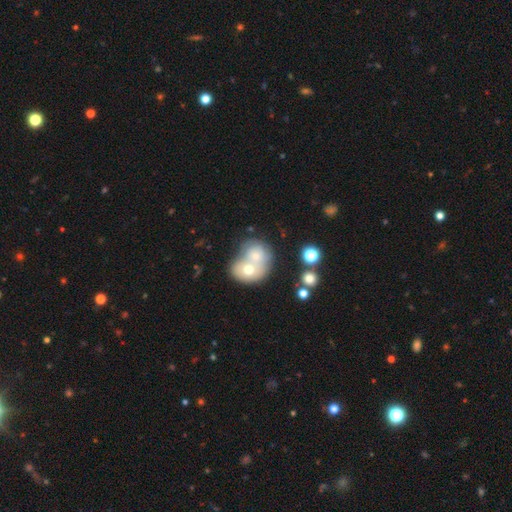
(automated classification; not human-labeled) A smooth galaxy with no disk features (61%) that is round (60%).

Vote fractions:
- Smooth or featured? smooth: 61% / featured or disk: 29% / star or artifact: 10%
- How rounded? round: 60% / in between: 39% / cigar-shaped: 1%
- Merging? merger: 74% / none: 15% / minor disturbance: 6% / major disturbance: 4%